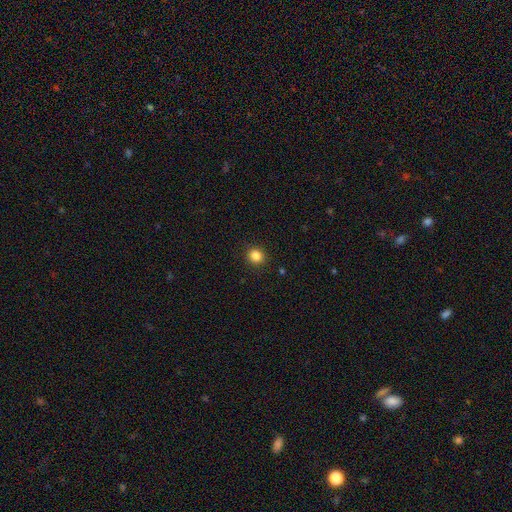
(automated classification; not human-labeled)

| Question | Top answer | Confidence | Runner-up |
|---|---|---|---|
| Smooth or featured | smooth | 85% | star or artifact (11%) |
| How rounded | round | 90% | in between (9%) |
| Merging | none | 92% | minor disturbance (5%) |